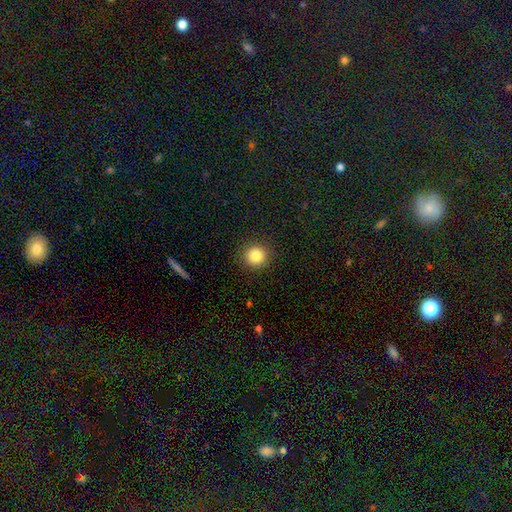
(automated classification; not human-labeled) Smooth or featured? smooth (85%)
How rounded? round (92%)
Merging? none (91%)